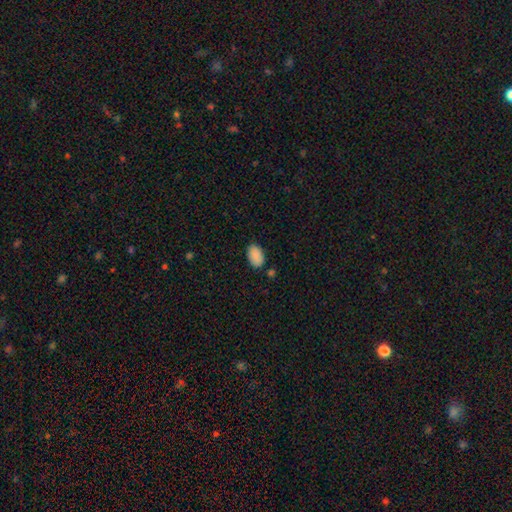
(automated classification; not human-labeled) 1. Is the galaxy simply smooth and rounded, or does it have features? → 89% smooth, 7% star or artifact, 3% featured or disk.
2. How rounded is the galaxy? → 93% in between, 6% round, 1% cigar-shaped.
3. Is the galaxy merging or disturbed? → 83% none, 12% minor disturbance, 3% merger, 3% major disturbance.